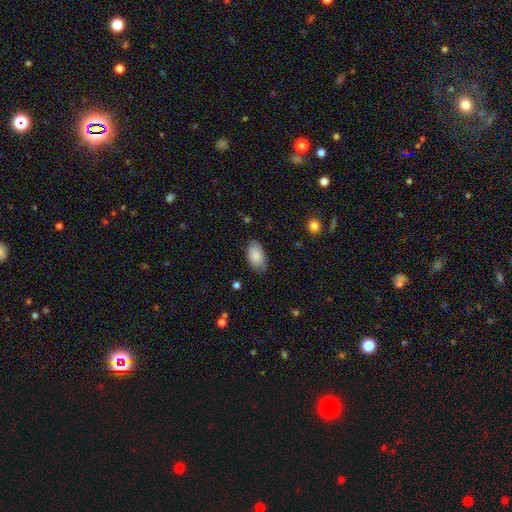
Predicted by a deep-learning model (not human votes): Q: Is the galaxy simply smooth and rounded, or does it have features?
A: smooth — 85%.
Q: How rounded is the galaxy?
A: in between — 94%.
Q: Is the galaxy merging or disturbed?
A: none — 79%.